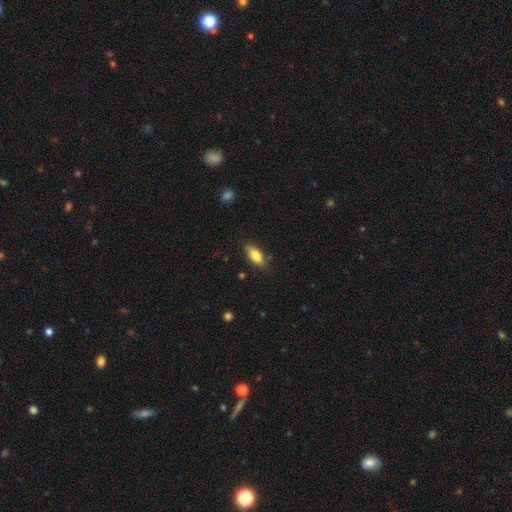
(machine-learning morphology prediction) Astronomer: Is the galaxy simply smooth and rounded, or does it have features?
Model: smooth — 79%.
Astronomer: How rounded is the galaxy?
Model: in between — 84%.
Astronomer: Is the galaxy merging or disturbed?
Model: none — 77%.